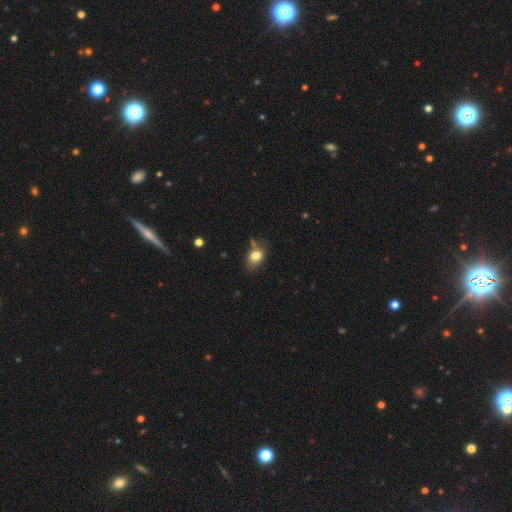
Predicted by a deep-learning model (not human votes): Smooth or featured?
  - smooth: 80% *
  - featured or disk: 10%
  - star or artifact: 10%
How rounded?
  - in between: 66% *
  - round: 32%
  - cigar-shaped: 1%
Merging?
  - none: 54% *
  - minor disturbance: 26%
  - merger: 11%
  - major disturbance: 9%